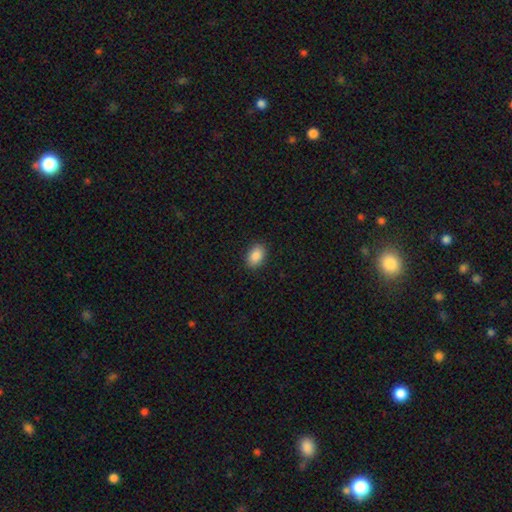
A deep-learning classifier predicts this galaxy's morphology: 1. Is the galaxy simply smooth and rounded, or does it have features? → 89% smooth, 8% star or artifact, 4% featured or disk.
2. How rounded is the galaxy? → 86% in between, 12% round, 1% cigar-shaped.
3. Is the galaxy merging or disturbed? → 89% none, 8% minor disturbance, 2% major disturbance, 1% merger.